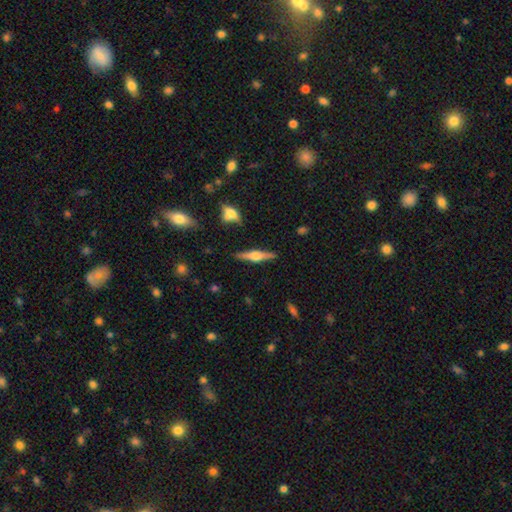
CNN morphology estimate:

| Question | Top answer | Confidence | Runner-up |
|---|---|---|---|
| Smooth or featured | featured or disk | 69% | smooth (24%) |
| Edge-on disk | yes | 97% | no (3%) |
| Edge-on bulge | rounded | 93% | boxy (5%) |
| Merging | none | 87% | minor disturbance (8%) |